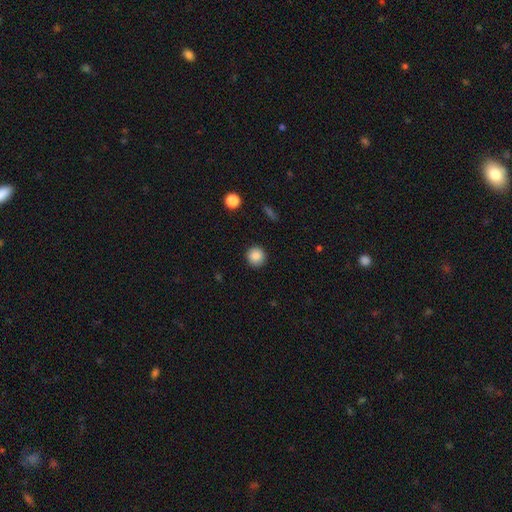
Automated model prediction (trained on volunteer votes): smooth 87%, star or artifact 9%, featured or disk 4%. Down the decision tree: how rounded — round (92%); merging — none (90%).